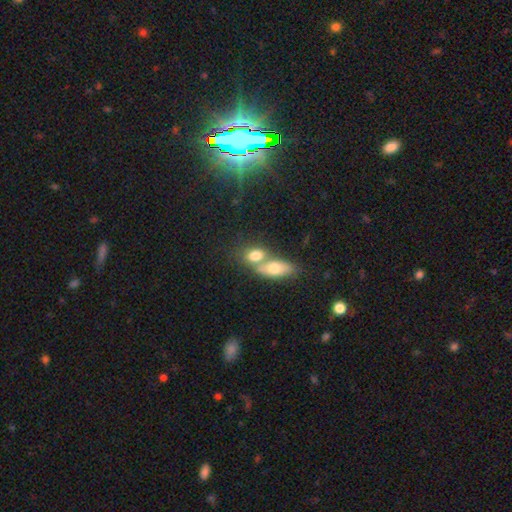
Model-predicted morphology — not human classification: type=smooth (73%); roundness=in between (74%); merging=merger (59%).